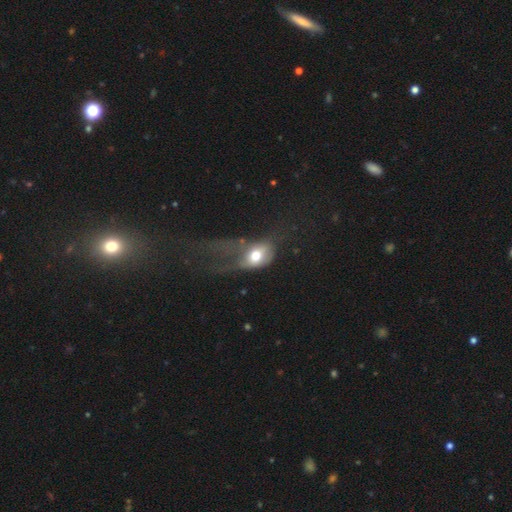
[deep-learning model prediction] Smooth or featured? Predicted: smooth (p=0.64). How rounded? Predicted: in between (p=0.76). Merging? Predicted: major disturbance (p=0.65).